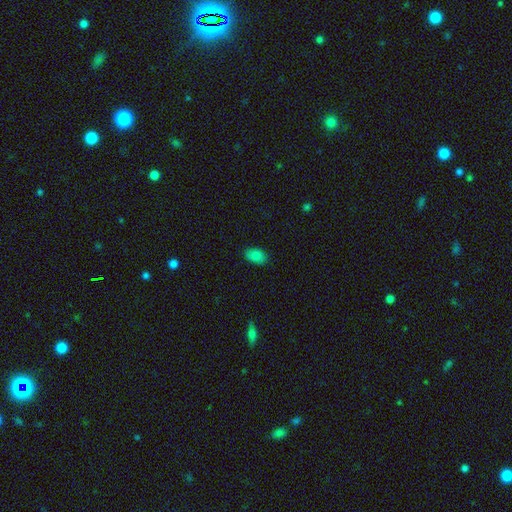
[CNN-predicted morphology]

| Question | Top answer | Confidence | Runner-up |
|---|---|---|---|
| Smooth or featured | smooth | 85% | star or artifact (10%) |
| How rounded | in between | 90% | round (8%) |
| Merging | none | 84% | minor disturbance (12%) |